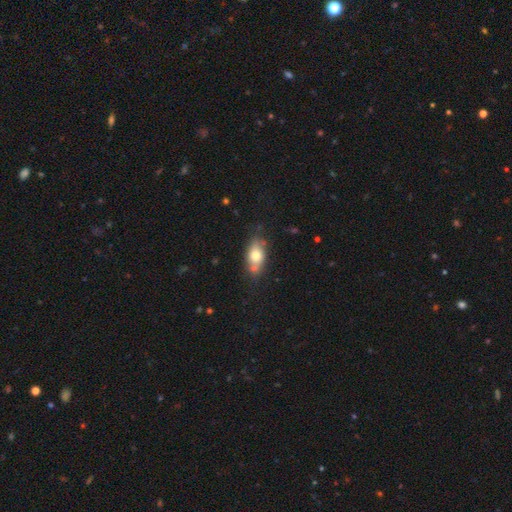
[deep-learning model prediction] smooth_or_featured: smooth (p=0.72) [alt: featured or disk p=0.20]
how_rounded: in between (p=0.83) [alt: round p=0.12]
merging: none (p=0.64) [alt: minor disturbance p=0.18]